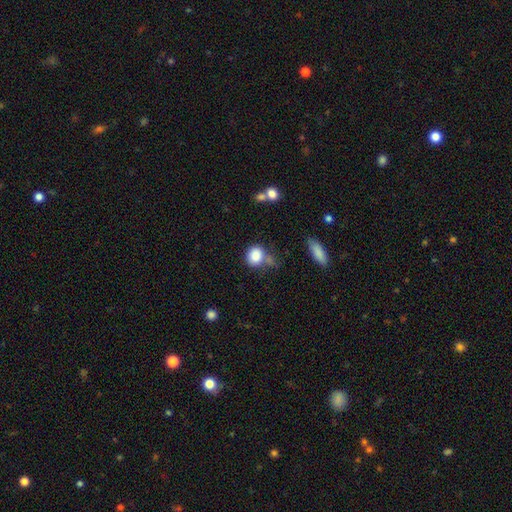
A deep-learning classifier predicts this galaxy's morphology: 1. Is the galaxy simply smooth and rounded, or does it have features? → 85% smooth, 9% star or artifact, 6% featured or disk.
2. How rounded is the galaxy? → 66% round, 32% in between, 1% cigar-shaped.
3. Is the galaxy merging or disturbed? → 49% none, 23% minor disturbance, 19% merger, 10% major disturbance.